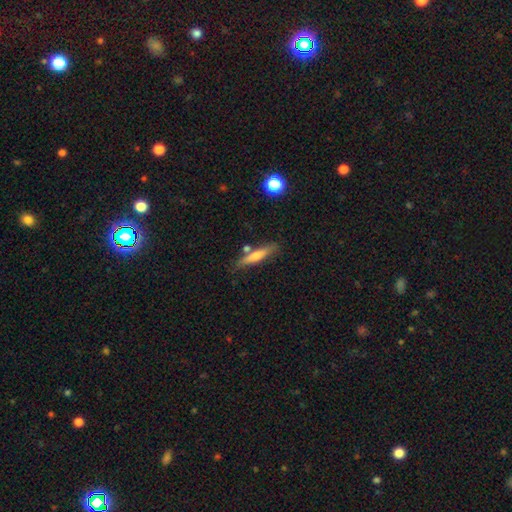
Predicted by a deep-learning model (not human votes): A smooth galaxy with no disk features (60%) that is cigar-shaped (87%). Merging: none (75%).